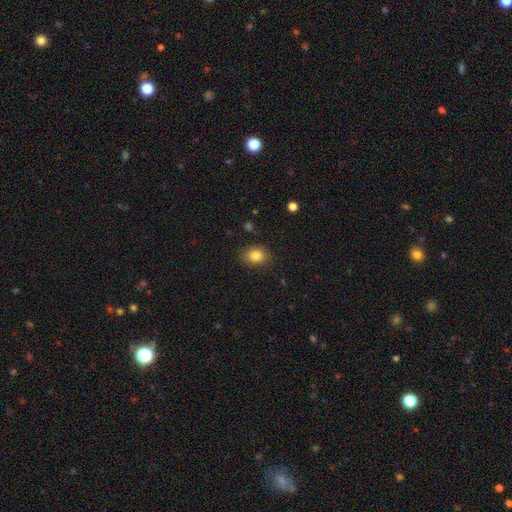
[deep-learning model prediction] smooth 83%, star or artifact 10%, featured or disk 6%. Down the decision tree: how rounded — round (51%); merging — none (86%).